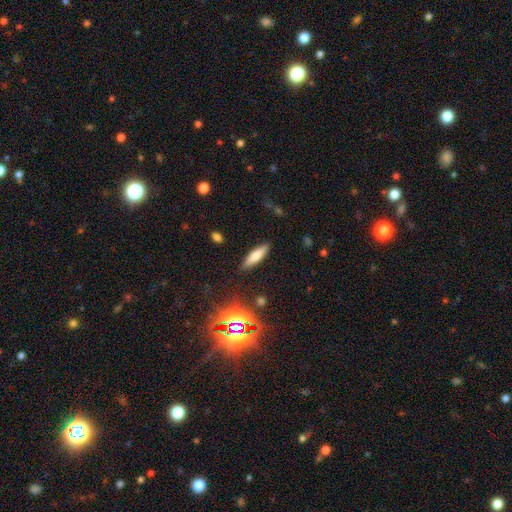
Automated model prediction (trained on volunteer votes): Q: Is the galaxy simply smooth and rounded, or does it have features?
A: smooth — 67%.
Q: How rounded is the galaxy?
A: cigar-shaped — 64%.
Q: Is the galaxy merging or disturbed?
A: none — 88%.